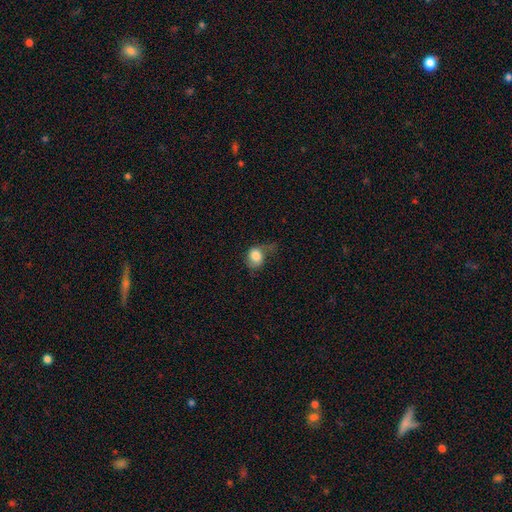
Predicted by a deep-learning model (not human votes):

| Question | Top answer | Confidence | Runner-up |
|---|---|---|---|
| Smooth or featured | smooth | 79% | featured or disk (13%) |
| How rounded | in between | 51% | round (47%) |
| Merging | major disturbance | 40% | minor disturbance (31%) |